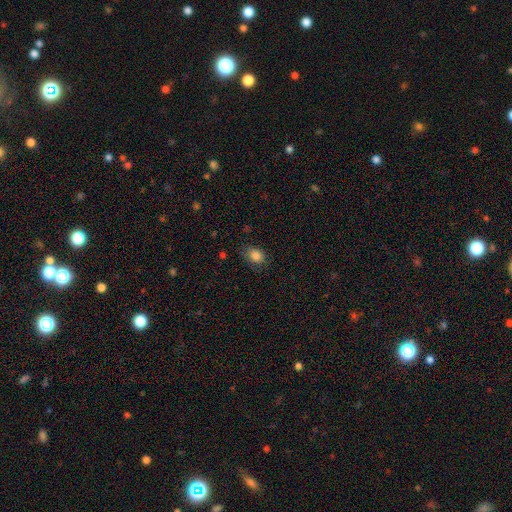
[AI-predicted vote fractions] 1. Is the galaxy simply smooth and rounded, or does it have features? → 84% smooth, 10% star or artifact, 6% featured or disk.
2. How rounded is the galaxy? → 65% in between, 34% round, 1% cigar-shaped.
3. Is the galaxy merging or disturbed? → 76% none, 18% minor disturbance, 5% major disturbance, 1% merger.